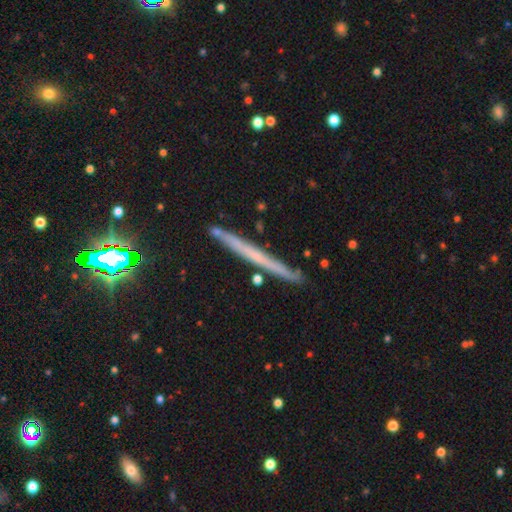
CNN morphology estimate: Smooth or featured? featured or disk (52%)
Edge-on disk? yes (96%)
Edge-on bulge? none (87%)
Merging? none (88%)